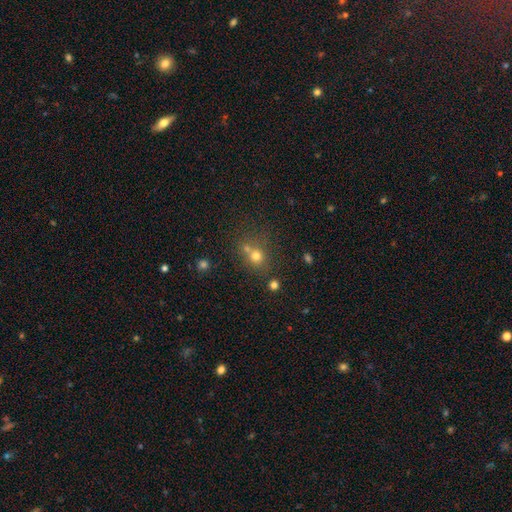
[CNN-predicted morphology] This is likely a smooth galaxy (68%). How rounded: clearly round (81%). Merging: possibly none (54%).